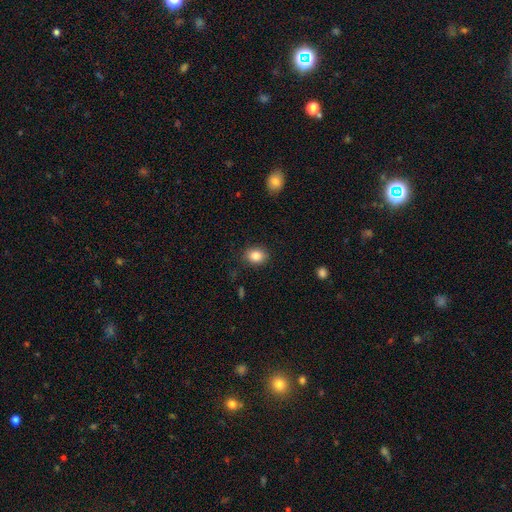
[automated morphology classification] Smooth or featured: smooth — 85% (star or artifact — 9%)
How rounded: round — 51% (in between — 48%)
Merging: none — 88% (minor disturbance — 9%)